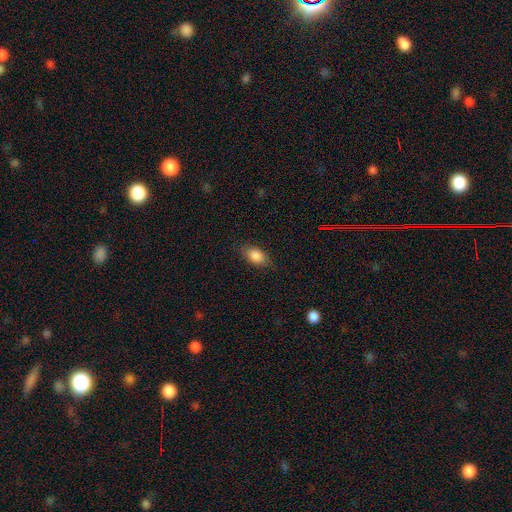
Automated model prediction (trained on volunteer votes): Smooth or featured?
  - smooth: 86% *
  - star or artifact: 7%
  - featured or disk: 7%
How rounded?
  - in between: 88% *
  - round: 9%
  - cigar-shaped: 3%
Merging?
  - none: 80% *
  - minor disturbance: 15%
  - major disturbance: 4%
  - merger: 1%